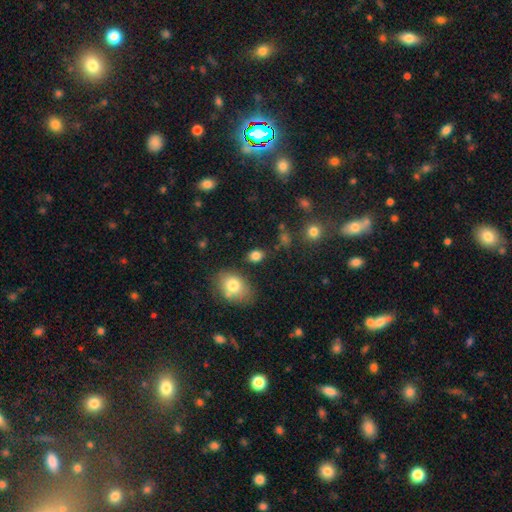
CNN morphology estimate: Smooth or featured? smooth (83%)
How rounded? in between (65%)
Merging? none (77%)